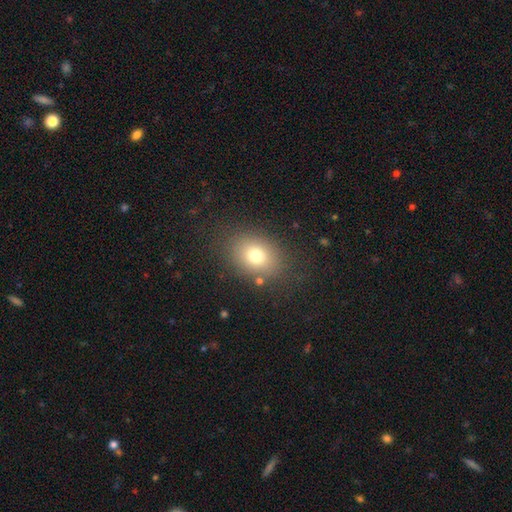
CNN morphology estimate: This is likely a smooth galaxy (76%). How rounded: likely in between (62%). Merging: clearly none (81%).